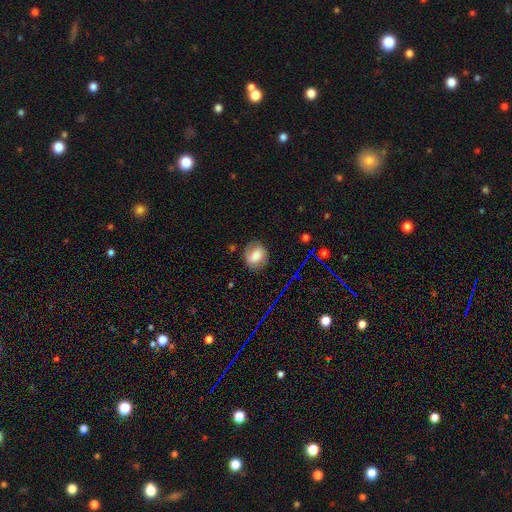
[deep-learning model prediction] Morphology: type=smooth (59%); roundness=round (61%); merging=none (72%).